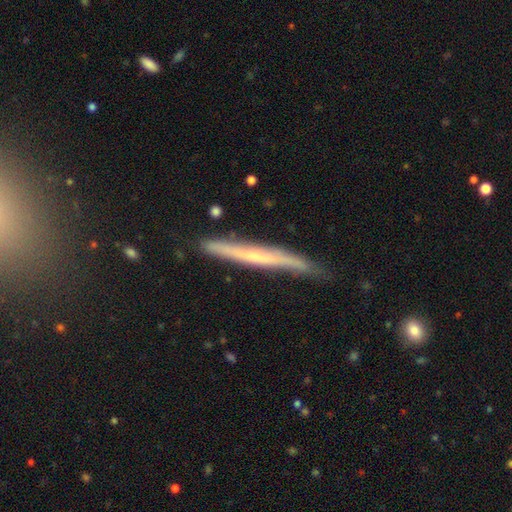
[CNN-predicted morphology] A featured or disk galaxy (58%) viewed edge-on (92%) with no central bulge (64%).

Vote fractions:
- Smooth or featured? featured or disk: 58% / smooth: 36% / star or artifact: 7%
- Edge-on disk? yes: 92% / no: 8%
- Edge-on bulge? none: 64% / rounded: 29% / boxy: 7%
- Merging? none: 71% / minor disturbance: 23% / major disturbance: 3% / merger: 2%